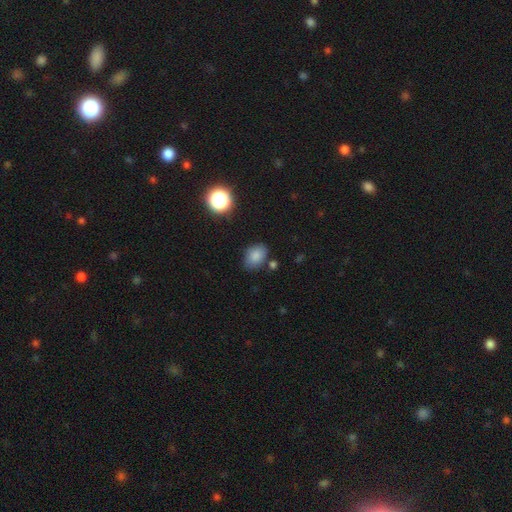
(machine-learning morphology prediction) smooth 82%, star or artifact 11%, featured or disk 6%. Down the decision tree: how rounded — in between (75%); merging — none (76%).